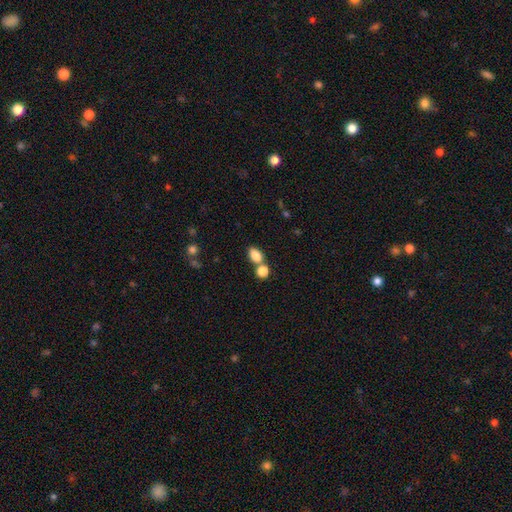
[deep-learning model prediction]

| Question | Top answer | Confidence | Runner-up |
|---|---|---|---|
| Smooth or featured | smooth | 83% | star or artifact (10%) |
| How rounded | in between | 82% | round (16%) |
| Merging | none | 54% | merger (32%) |